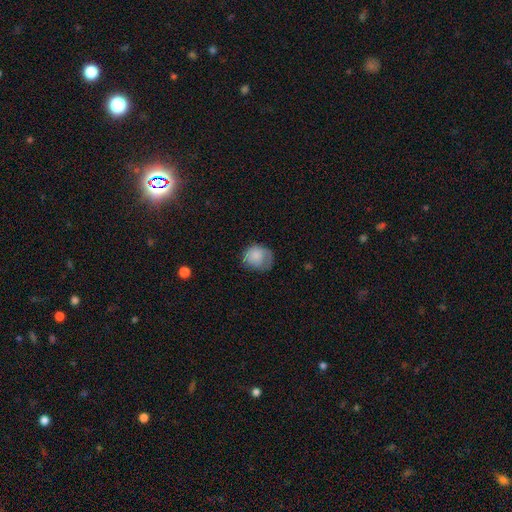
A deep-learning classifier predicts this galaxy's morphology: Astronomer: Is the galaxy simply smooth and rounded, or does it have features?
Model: smooth — 73%.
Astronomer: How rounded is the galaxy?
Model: round — 67%.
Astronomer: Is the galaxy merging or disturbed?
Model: none — 48% (runner-up: minor disturbance, 31%).